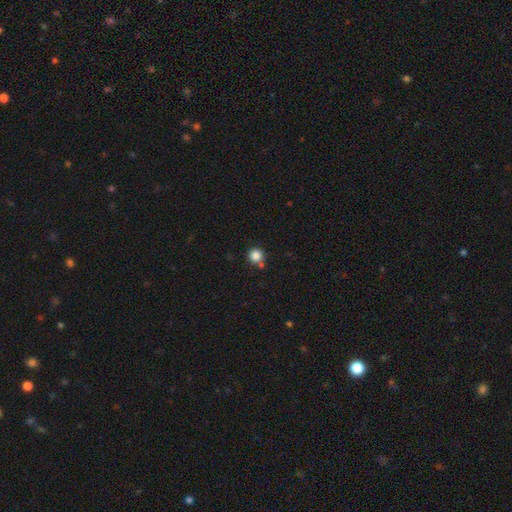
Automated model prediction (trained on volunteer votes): This is clearly a smooth galaxy (85%). How rounded: clearly round (95%). Merging: likely none (76%).